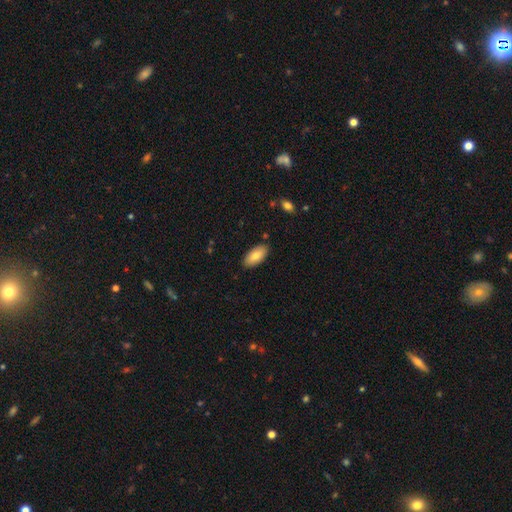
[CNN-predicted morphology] Smooth or featured? Predicted: smooth (p=0.80). How rounded? Predicted: in between (p=0.93). Merging? Predicted: none (p=0.86).